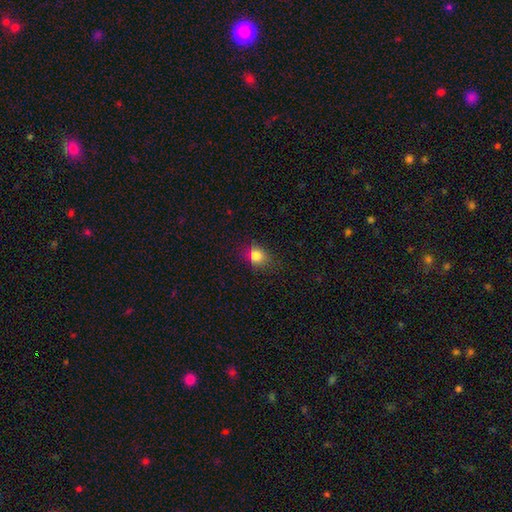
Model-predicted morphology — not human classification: Q: Smooth or featured?
A: smooth (80%); runner-up: star or artifact (14%)
Q: How rounded?
A: round (61%); runner-up: in between (38%)
Q: Merging?
A: none (72%); runner-up: minor disturbance (19%)